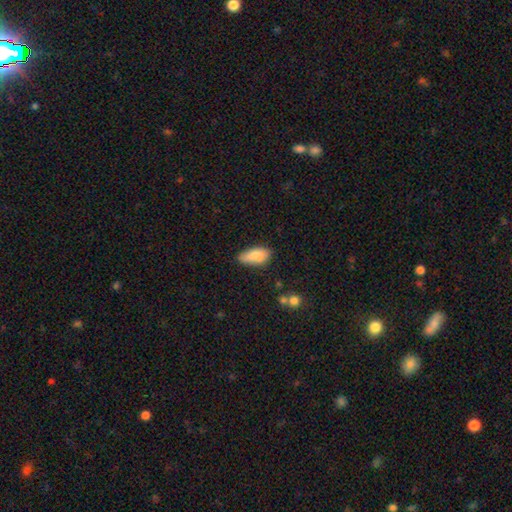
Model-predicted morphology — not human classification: A smooth galaxy with no disk features (85%) that is in between round and cigar-shaped (86%). Merging: none (69%).